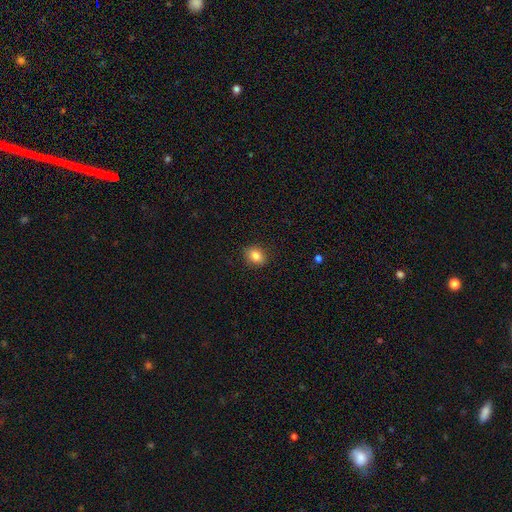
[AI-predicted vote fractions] Q: Smooth or featured?
A: smooth (83%); runner-up: star or artifact (10%)
Q: How rounded?
A: in between (52%); runner-up: round (47%)
Q: Merging?
A: none (88%); runner-up: minor disturbance (9%)